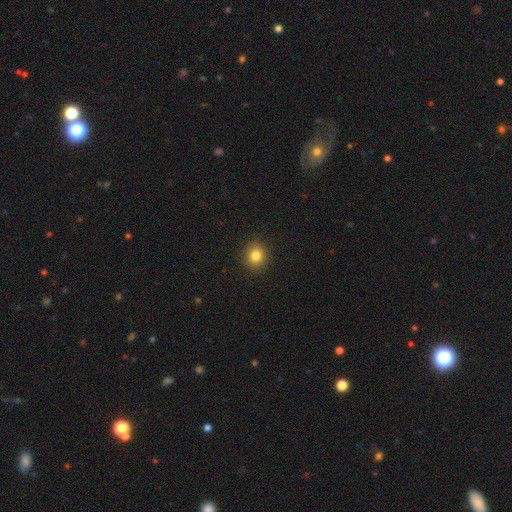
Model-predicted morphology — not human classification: This appears to be a smooth galaxy with no disk features (82%) that is round (79%). Merging: none (91%).